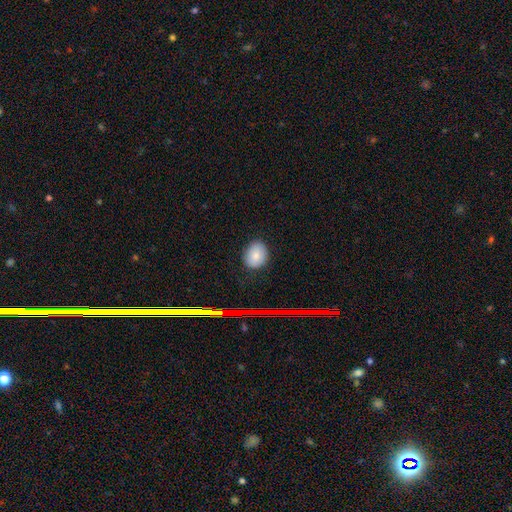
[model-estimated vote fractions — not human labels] smooth_or_featured: smooth (p=0.82) [alt: star or artifact p=0.10]
how_rounded: in between (p=0.57) [alt: round p=0.42]
merging: none (p=0.83) [alt: minor disturbance p=0.13]